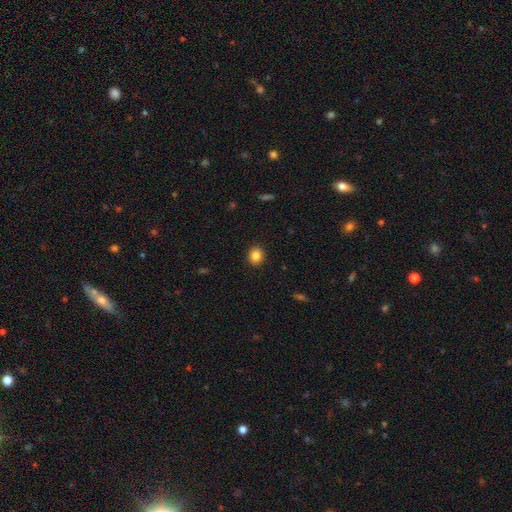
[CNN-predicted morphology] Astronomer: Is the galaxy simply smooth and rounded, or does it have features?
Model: smooth — 85%.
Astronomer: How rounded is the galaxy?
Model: round — 63%.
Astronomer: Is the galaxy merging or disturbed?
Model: none — 91%.